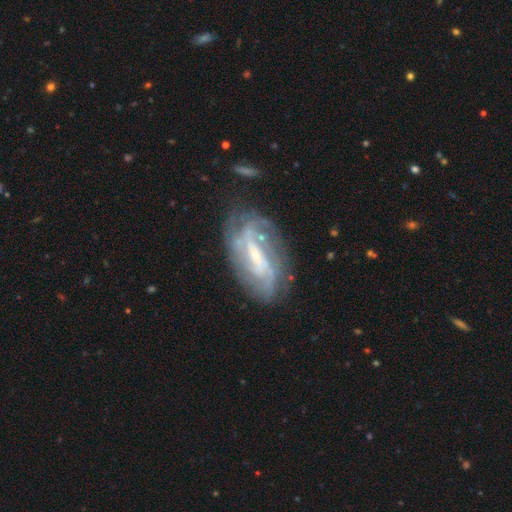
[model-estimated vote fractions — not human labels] Q: Smooth or featured?
A: featured or disk (84%); runner-up: smooth (10%)
Q: Edge-on disk?
A: no (93%); runner-up: yes (7%)
Q: Bar?
A: weak (41%); runner-up: strong (37%)
Q: Spiral arms?
A: yes (91%); runner-up: no (9%)
Q: Spiral winding?
A: tight (50%); runner-up: medium (36%)
Q: Spiral arm count?
A: can't tell (37%); runner-up: 2 (27%)
Q: Bulge size?
A: small (72%); runner-up: moderate (22%)
Q: Merging?
A: none (69%); runner-up: minor disturbance (19%)